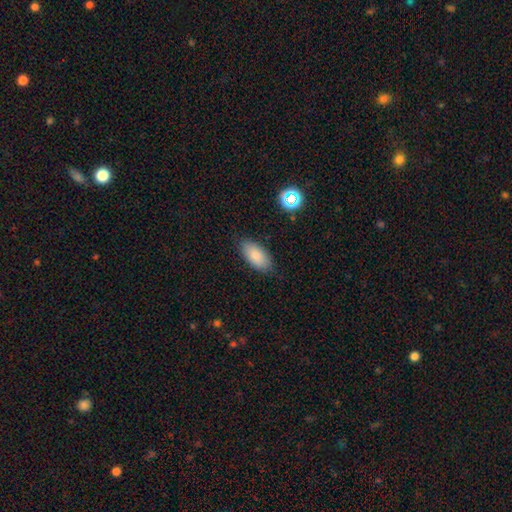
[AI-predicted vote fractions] smooth_or_featured: smooth (p=0.84) [alt: star or artifact p=0.08]
how_rounded: in between (p=0.92) [alt: cigar-shaped p=0.06]
merging: none (p=0.84) [alt: minor disturbance p=0.12]